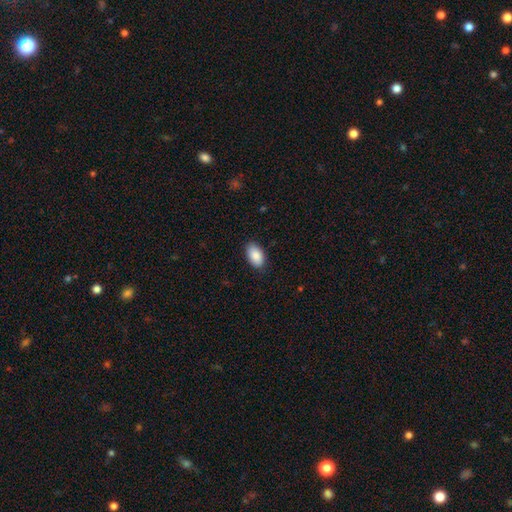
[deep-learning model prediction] Smooth or featured? Predicted: smooth (p=0.89). How rounded? Predicted: in between (p=0.94). Merging? Predicted: none (p=0.86).